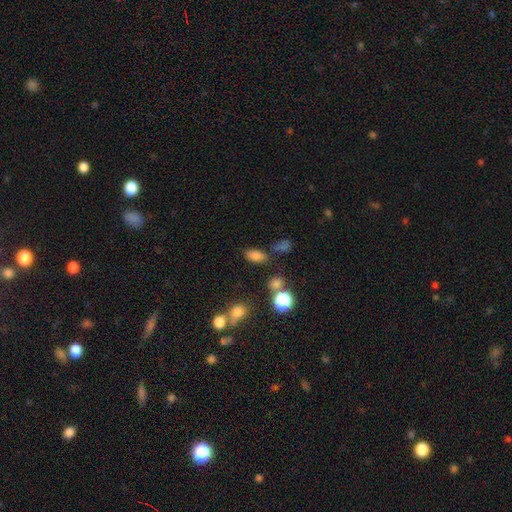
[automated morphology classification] This is likely a smooth galaxy (76%). How rounded: clearly in between (85%). Merging: likely none (71%).